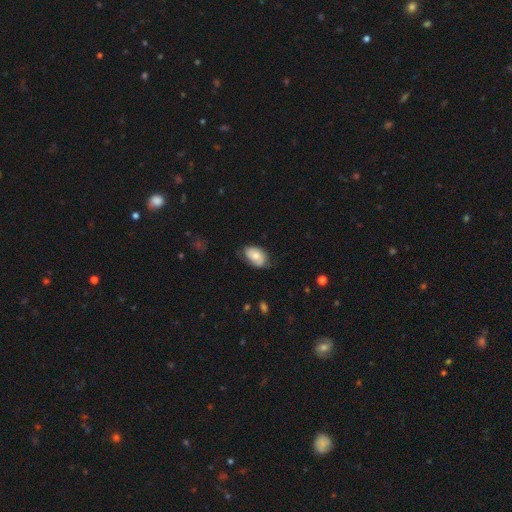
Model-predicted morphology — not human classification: Smooth or featured: smooth — 62% (featured or disk — 31%)
How rounded: in between — 90% (round — 9%)
Merging: none — 64% (minor disturbance — 27%)